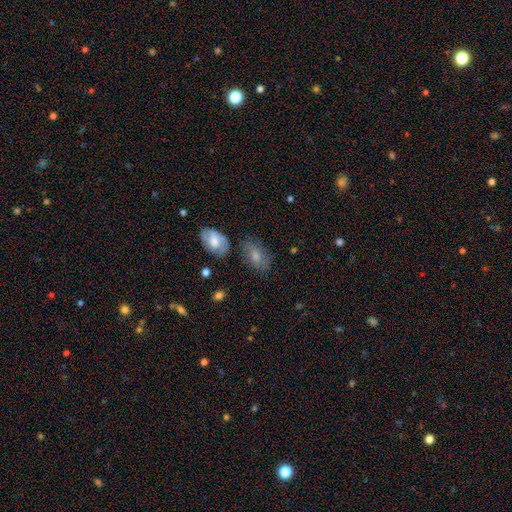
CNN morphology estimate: type=smooth (51%); roundness=in between (82%); merging=none (68%).